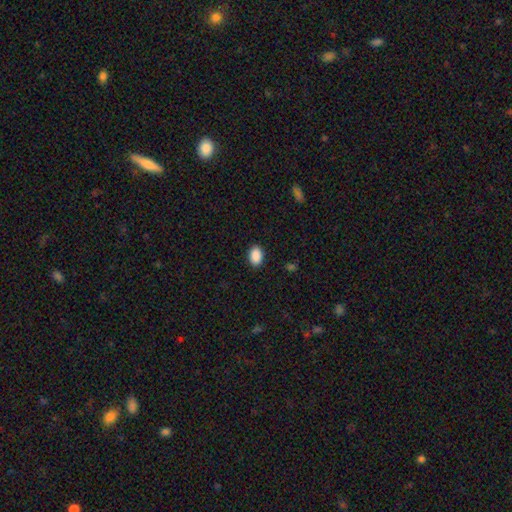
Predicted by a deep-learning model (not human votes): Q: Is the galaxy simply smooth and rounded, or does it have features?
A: smooth — 90%.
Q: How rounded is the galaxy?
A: in between — 85%.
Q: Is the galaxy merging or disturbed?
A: none — 89%.